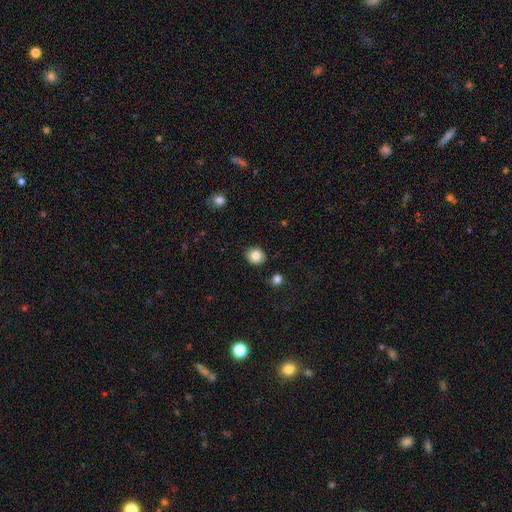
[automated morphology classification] Q: Smooth or featured?
A: smooth (82%); runner-up: star or artifact (10%)
Q: How rounded?
A: round (85%); runner-up: in between (14%)
Q: Merging?
A: none (90%); runner-up: minor disturbance (7%)